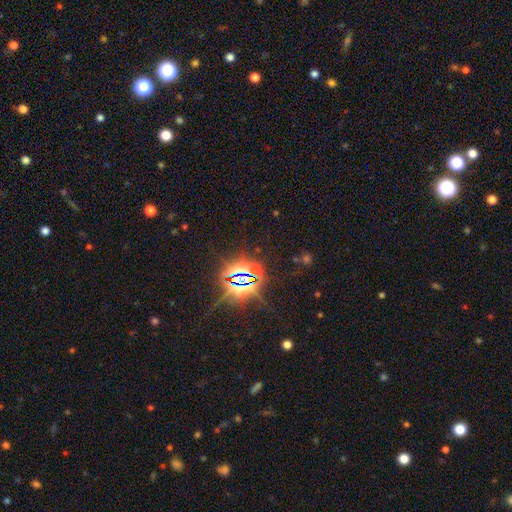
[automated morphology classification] A star or artifact, not a galaxy (84%).